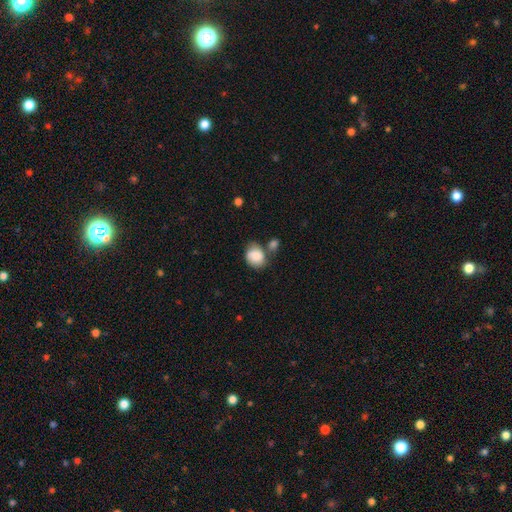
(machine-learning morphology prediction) Overall: smooth (83%). How rounded: round (54%; in between 45%). Merging: none (46%; minor disturbance 23%).